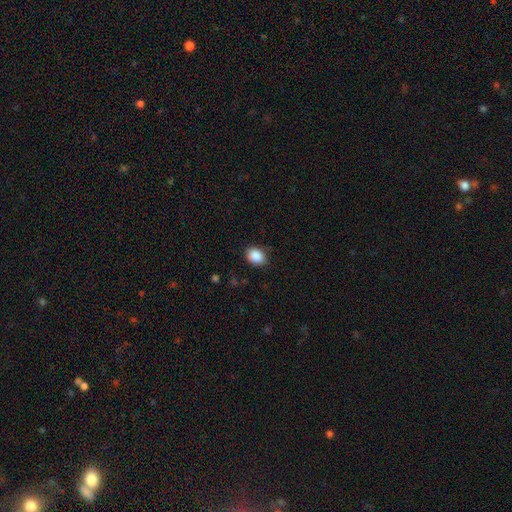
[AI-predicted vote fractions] Smooth or featured? Predicted: smooth (p=0.88). How rounded? Predicted: in between (p=0.62). Merging? Predicted: none (p=0.83).